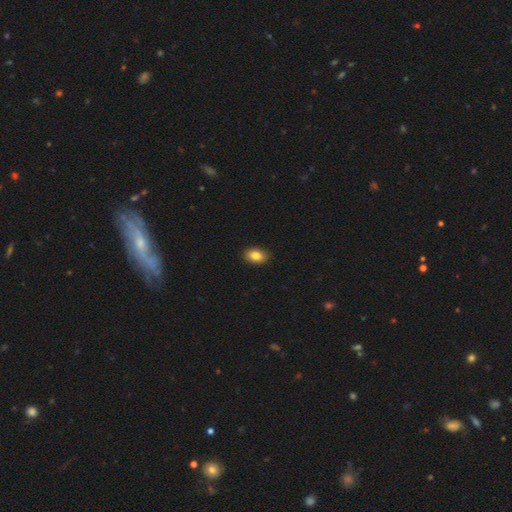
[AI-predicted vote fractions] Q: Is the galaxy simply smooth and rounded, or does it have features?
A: smooth — 84%.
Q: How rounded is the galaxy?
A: in between — 83%.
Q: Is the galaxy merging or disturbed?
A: none — 90%.